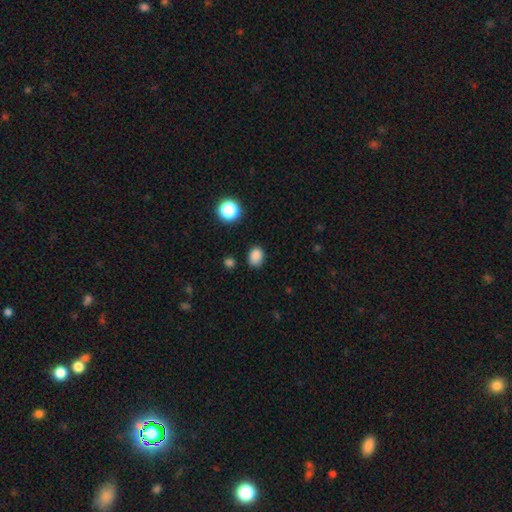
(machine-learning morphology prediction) A smooth galaxy with no disk features (84%) that is in between round and cigar-shaped (63%).

Vote fractions:
- Smooth or featured? smooth: 84% / star or artifact: 12% / featured or disk: 4%
- How rounded? in between: 63% / round: 36% / cigar-shaped: 1%
- Merging? none: 80% / minor disturbance: 15% / major disturbance: 3% / merger: 2%